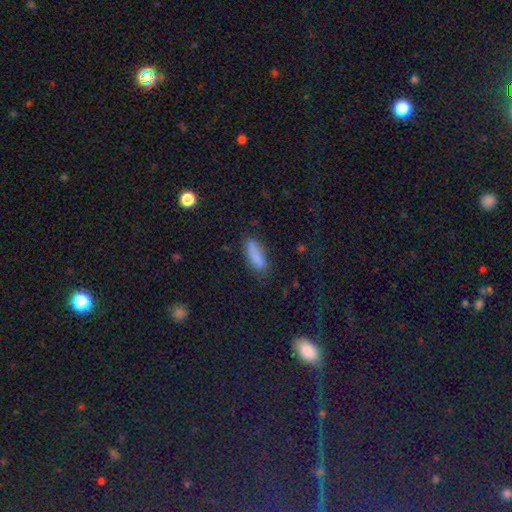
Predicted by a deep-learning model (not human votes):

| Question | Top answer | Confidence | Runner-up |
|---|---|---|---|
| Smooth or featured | smooth | 83% | star or artifact (9%) |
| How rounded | cigar-shaped | 53% | in between (45%) |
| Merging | none | 76% | minor disturbance (17%) |